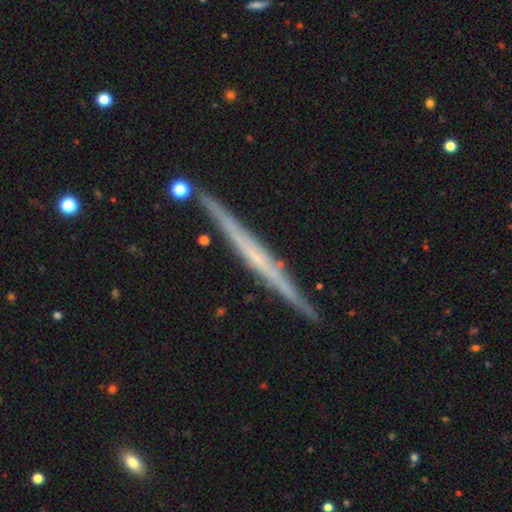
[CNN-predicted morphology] smooth_or_featured: featured or disk (p=0.68) [alt: smooth p=0.25]
disk_edge_on: yes (p=0.98) [alt: no p=0.02]
edge_on_bulge: none (p=0.80) [alt: rounded p=0.13]
merging: none (p=0.89) [alt: minor disturbance p=0.08]